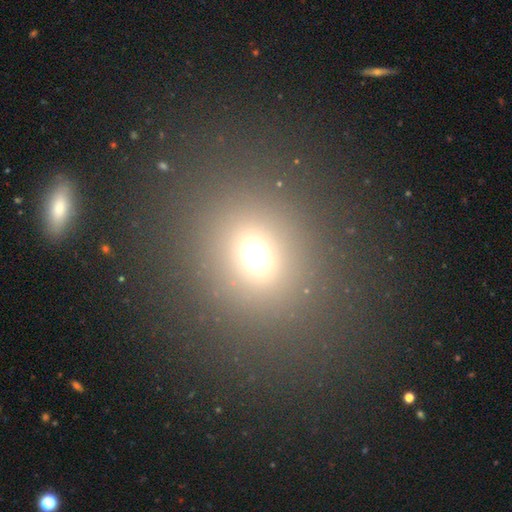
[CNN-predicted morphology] Smooth or featured? Predicted: smooth (p=0.65). How rounded? Predicted: round (p=0.75). Merging? Predicted: none (p=0.83).